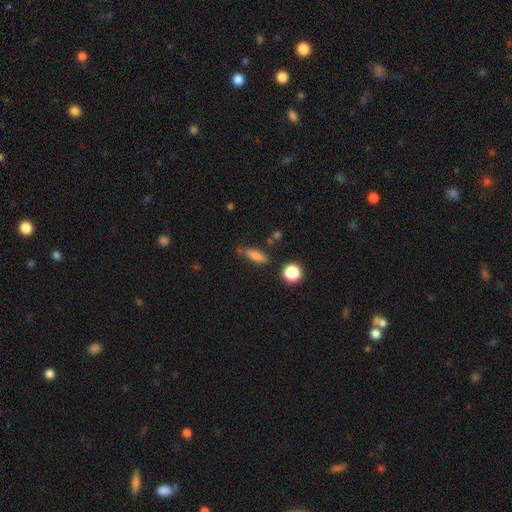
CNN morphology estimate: Smooth or featured? smooth (79%)
How rounded? in between (50%)
Merging? none (74%)